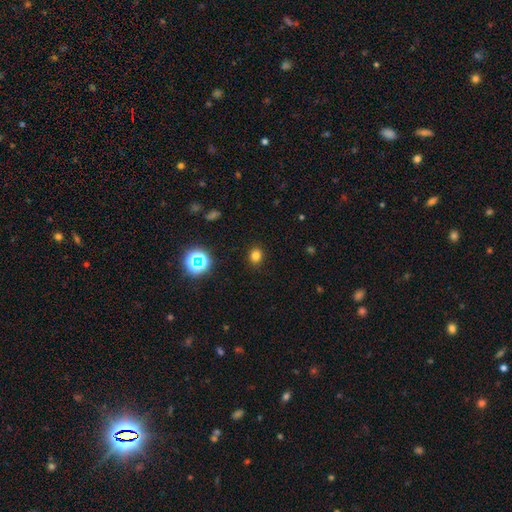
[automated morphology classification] type=smooth (77%); roundness=round (61%); merging=none (89%).